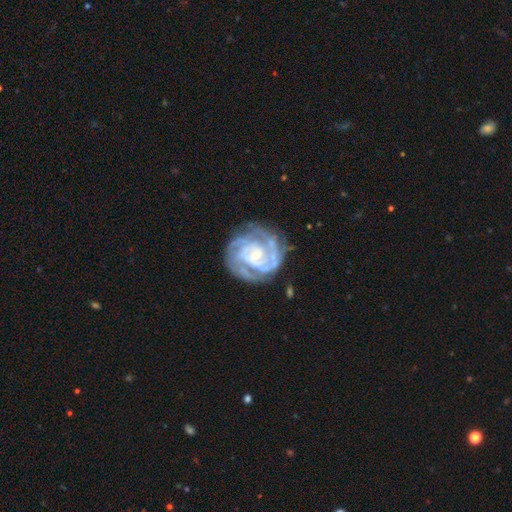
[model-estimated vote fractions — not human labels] This is clearly a featured or disk galaxy (90%). It is clearly not viewed edge-on (98%). Bar: likely no (65%). Spiral arm pattern: clearly yes (97%). Spiral arm count: marginally 3 (29%). Spiral winding: likely tight (71%). Central bulge: likely small (74%). Merging: likely none (74%).